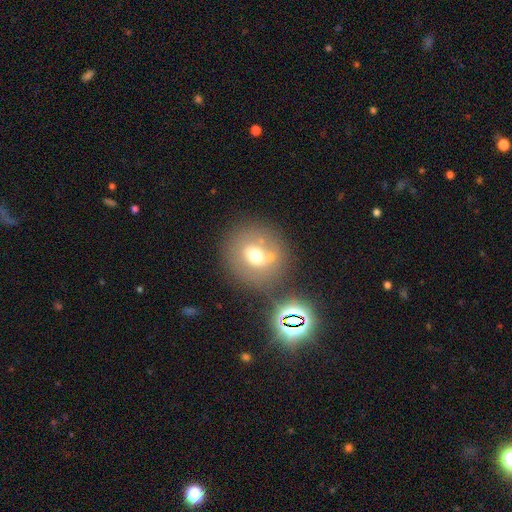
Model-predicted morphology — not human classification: smooth_or_featured: smooth (p=0.60) [alt: featured or disk p=0.22]
how_rounded: round (p=0.84) [alt: in between p=0.15]
merging: none (p=0.65) [alt: merger p=0.16]